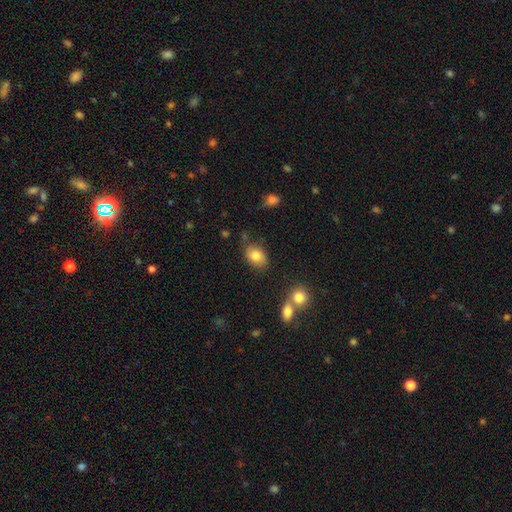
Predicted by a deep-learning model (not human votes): Overall: smooth (81%). How rounded: in between (78%). Merging: none (76%).